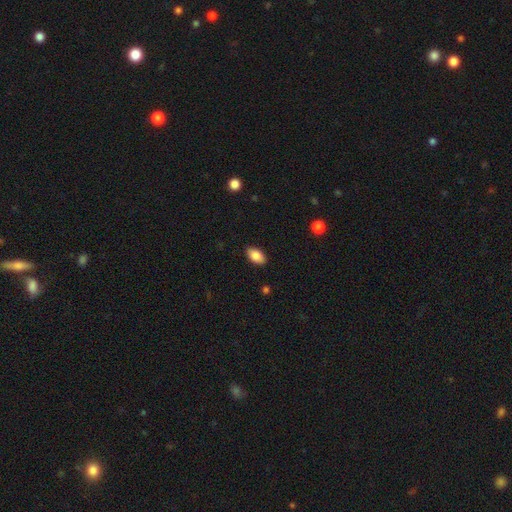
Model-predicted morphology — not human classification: smooth 86%, star or artifact 7%, featured or disk 6%. Down the decision tree: how rounded — in between (93%); merging — none (88%).